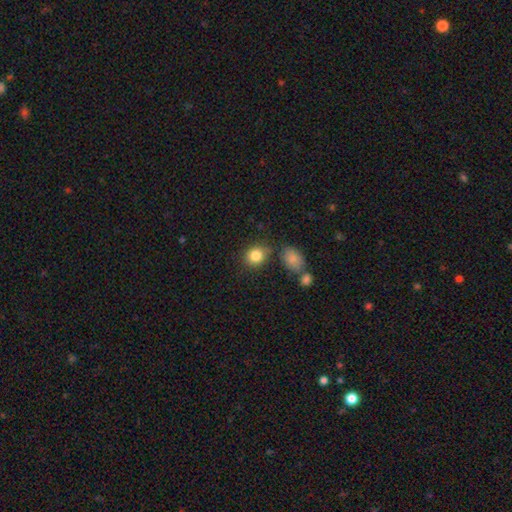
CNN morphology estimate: type=smooth (84%); roundness=round (73%); merging=none (75%).